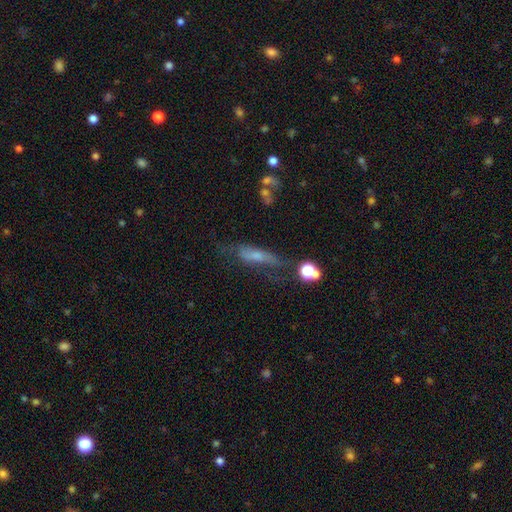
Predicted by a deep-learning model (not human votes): A smooth galaxy with no disk features (48%).

Vote fractions:
- Smooth or featured? smooth: 48% / featured or disk: 37% / star or artifact: 15%
- Merging? none: 44% / minor disturbance: 26% / major disturbance: 23% / merger: 7%